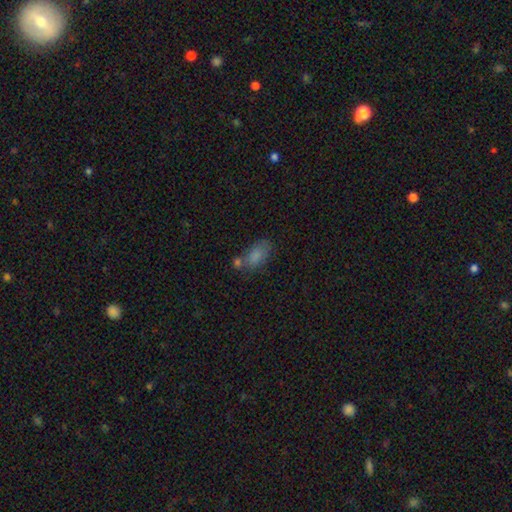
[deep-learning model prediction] The model was most divided on "merging": none: 51%, merger: 23%, minor disturbance: 20%, major disturbance: 7%. More confident: how rounded — in between (90%); smooth or featured — smooth (80%).